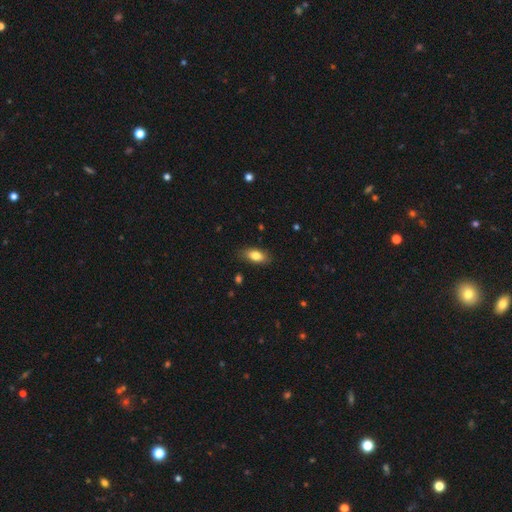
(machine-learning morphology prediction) This is clearly a smooth galaxy (82%). How rounded: clearly in between (87%). Merging: clearly none (84%).